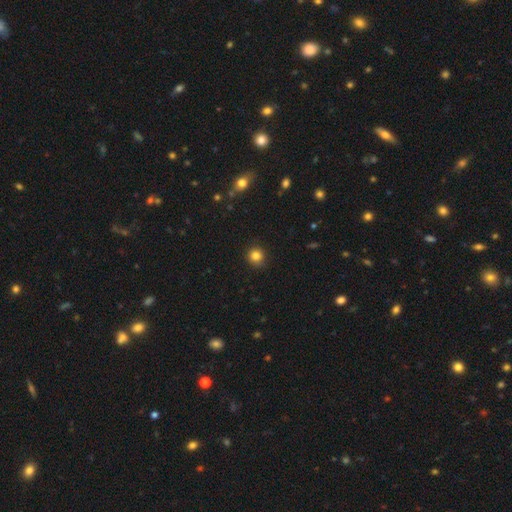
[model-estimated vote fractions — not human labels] This is clearly a smooth galaxy (83%). How rounded: clearly round (92%). Merging: clearly none (88%).